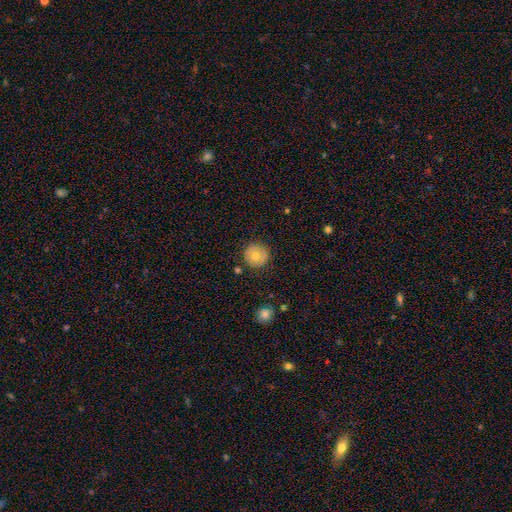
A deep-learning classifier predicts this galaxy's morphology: Overall: smooth (65%; featured or disk 26%). How rounded: round (95%). Merging: none (85%).